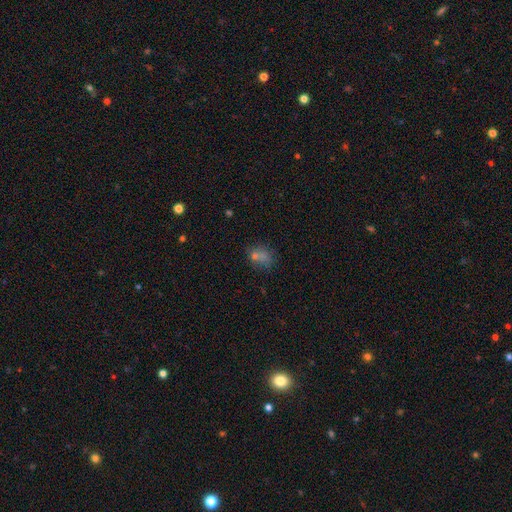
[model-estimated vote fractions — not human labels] Smooth or featured? smooth (60%)
How rounded? in between (55%)
Merging? none (54%)